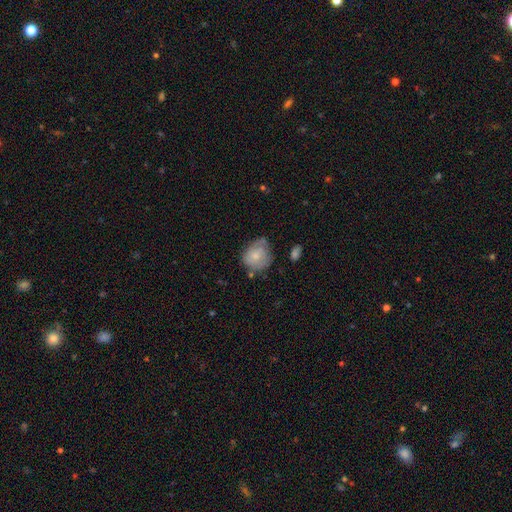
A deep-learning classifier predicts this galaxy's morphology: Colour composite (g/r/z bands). It shows a smooth galaxy with no disk features (69%) that is round (63%). Merging: none (44%).